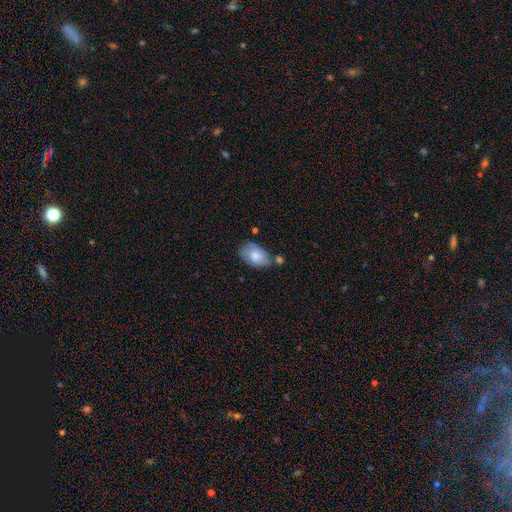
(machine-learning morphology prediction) smooth_or_featured: smooth (p=0.77) [alt: featured or disk p=0.16]
how_rounded: in between (p=0.89) [alt: round p=0.10]
merging: none (p=0.57) [alt: minor disturbance p=0.25]